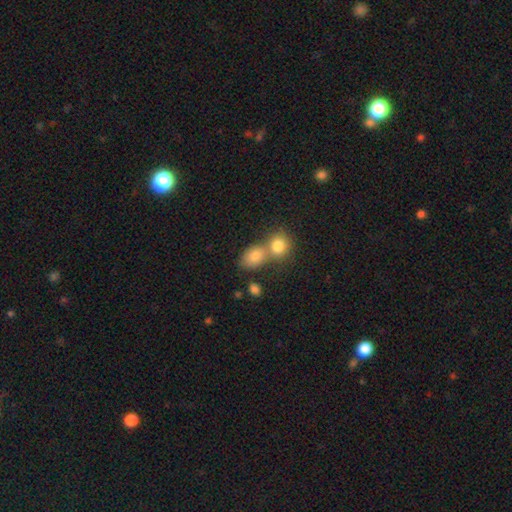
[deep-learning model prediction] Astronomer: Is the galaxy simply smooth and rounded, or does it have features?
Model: smooth — 77%.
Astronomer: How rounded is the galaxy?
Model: in between — 55% (runner-up: round, 43%).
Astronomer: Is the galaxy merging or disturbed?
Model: merger — 49% (runner-up: none, 39%).